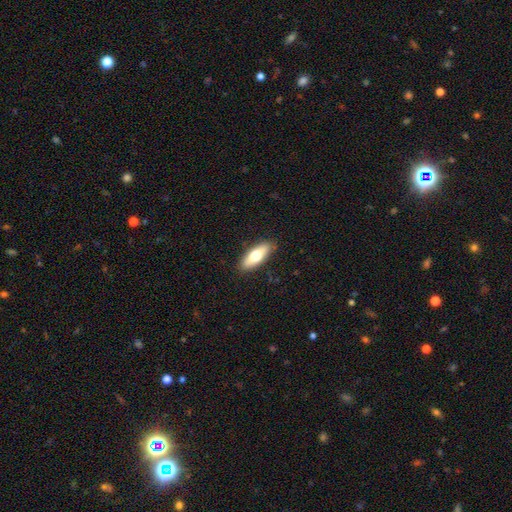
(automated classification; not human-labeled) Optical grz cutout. It shows a smooth galaxy with no disk features (65%) that is in between round and cigar-shaped (64%). Merging: none (88%).